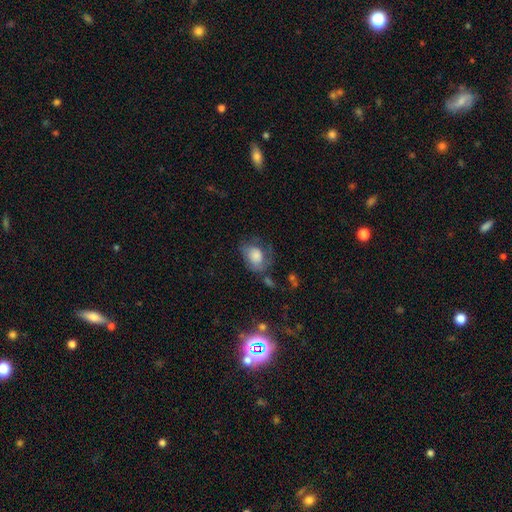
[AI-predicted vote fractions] The model was most divided on "merging": none: 42%, minor disturbance: 29%, major disturbance: 25%, merger: 4%. More confident: how rounded — in between (70%); smooth or featured — smooth (64%).